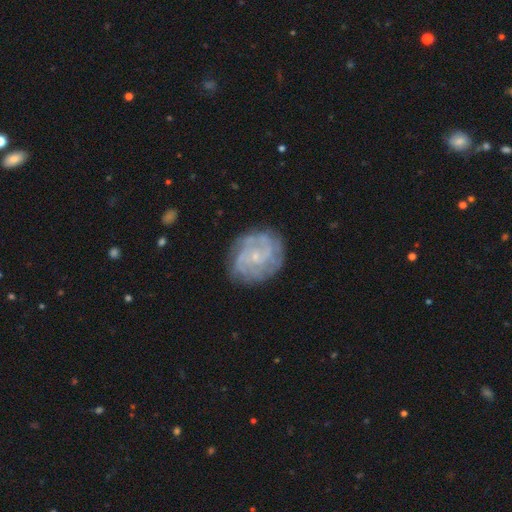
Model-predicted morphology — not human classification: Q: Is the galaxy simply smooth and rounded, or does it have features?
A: featured or disk — 81%.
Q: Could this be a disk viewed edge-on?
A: no — 98%.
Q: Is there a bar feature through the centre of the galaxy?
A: no — 71%.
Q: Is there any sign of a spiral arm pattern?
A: yes — 92%.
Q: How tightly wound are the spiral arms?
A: tight — 60%.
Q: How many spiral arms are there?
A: can't tell — 35%.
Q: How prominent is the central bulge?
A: small — 79%.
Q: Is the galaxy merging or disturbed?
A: none — 77%.